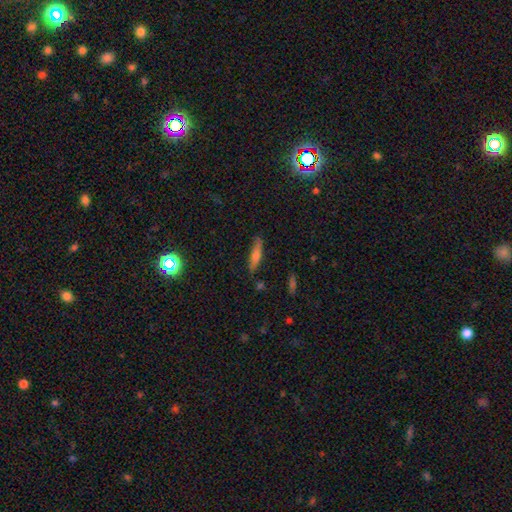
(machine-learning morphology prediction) smooth_or_featured: smooth (p=0.58) [alt: featured or disk p=0.33]
how_rounded: cigar-shaped (p=0.77) [alt: in between p=0.21]
merging: none (p=0.82) [alt: minor disturbance p=0.13]